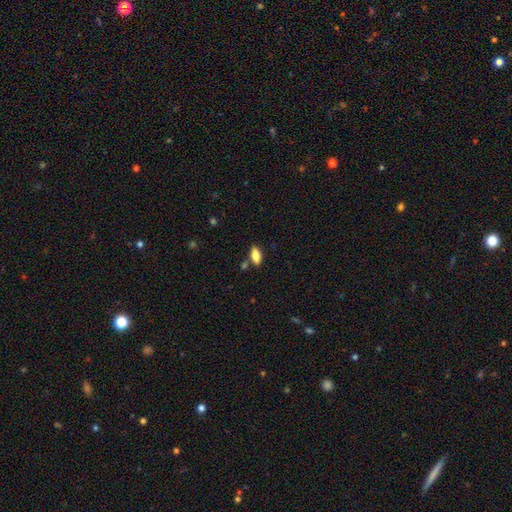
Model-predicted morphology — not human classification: This appears to be a smooth galaxy with no disk features (78%) that is in between round and cigar-shaped (84%). Merging: none (79%).